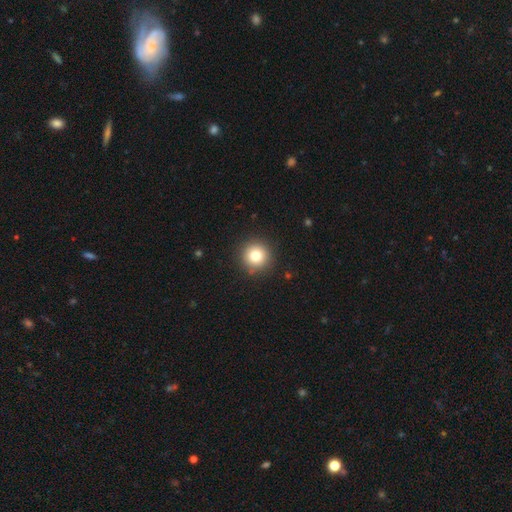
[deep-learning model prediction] This appears to be a smooth galaxy with no disk features (79%) that is round (95%). Merging: none (91%).